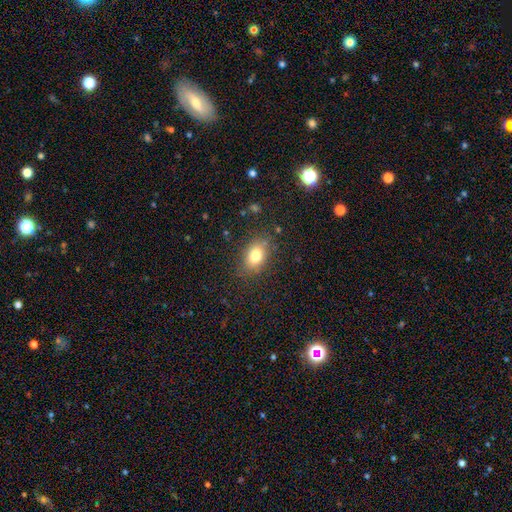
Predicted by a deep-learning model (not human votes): Morphology: type=smooth (79%); roundness=in between (78%); merging=none (81%).